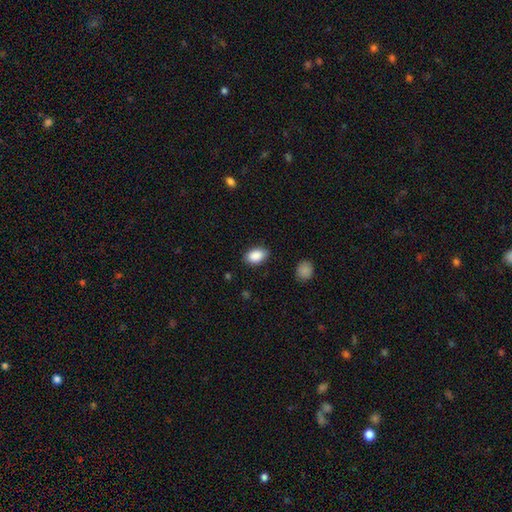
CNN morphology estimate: A smooth galaxy with no disk features (89%) that is in between round and cigar-shaped (89%). Merging: none (84%).